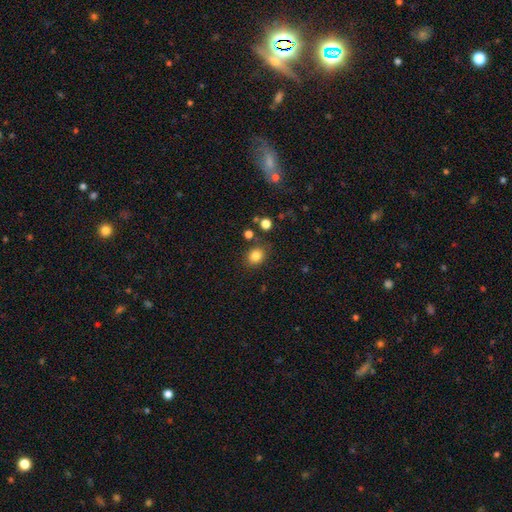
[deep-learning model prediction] Smooth or featured: smooth — 83% (star or artifact — 11%)
How rounded: round — 65% (in between — 34%)
Merging: none — 80% (minor disturbance — 11%)